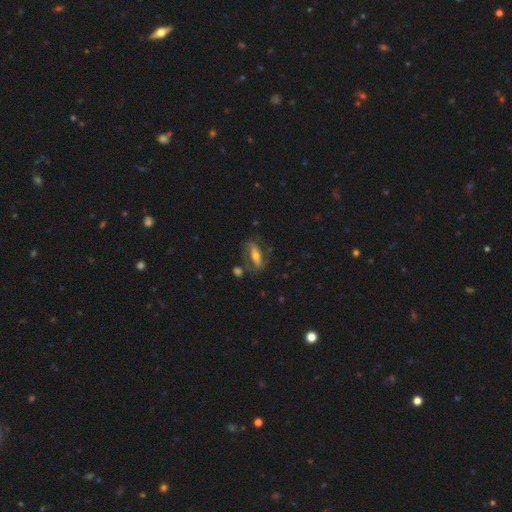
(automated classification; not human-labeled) smooth-or-featured: featured or disk: 60% | smooth: 32% | star or artifact: 7%
  disk-edge-on: no: 83% | yes: 17%
  merging: none: 60% | minor disturbance: 19% | major disturbance: 15% | merger: 7%